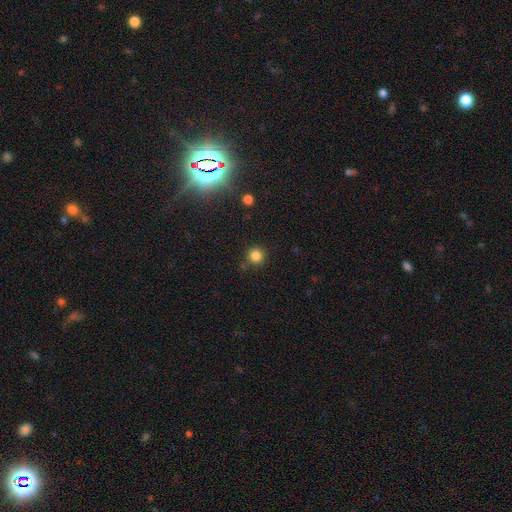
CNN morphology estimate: A smooth galaxy with no disk features (82%) that is round (94%). Merging: none (83%).